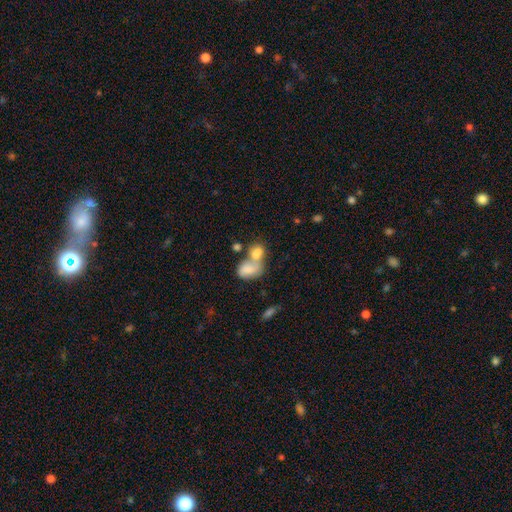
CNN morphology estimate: Overall: smooth (74%). How rounded: in between (72%). Merging: merger (71%).